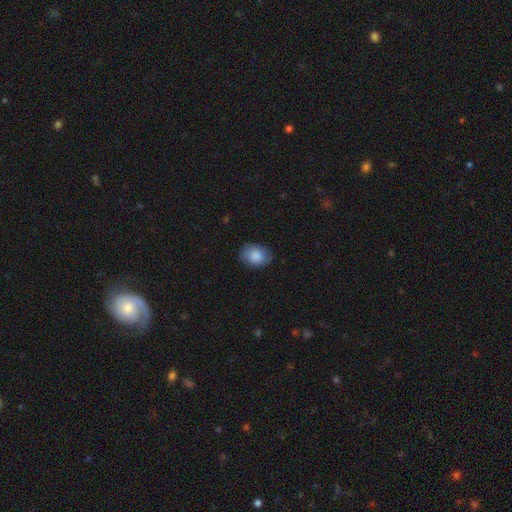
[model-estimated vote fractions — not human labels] smooth 84%, featured or disk 9%, star or artifact 7%. Down the decision tree: how rounded — in between (70%); merging — none (78%).